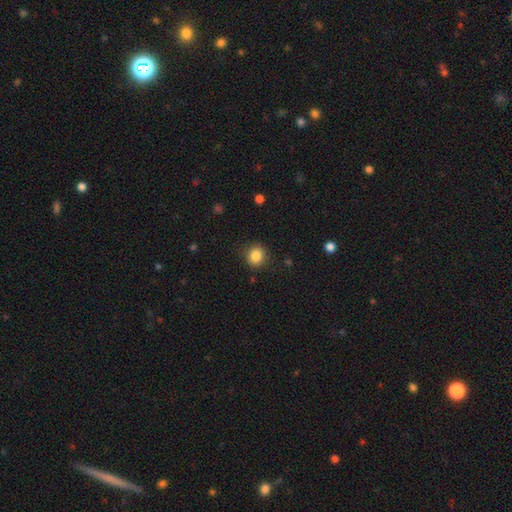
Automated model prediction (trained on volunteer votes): Smooth or featured? Predicted: smooth (p=0.85). How rounded? Predicted: round (p=0.81). Merging? Predicted: none (p=0.87).